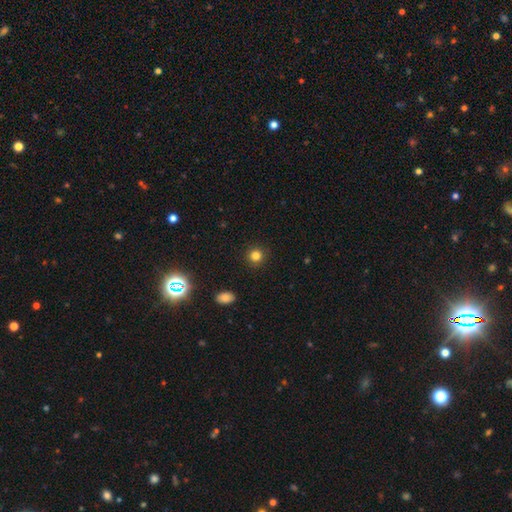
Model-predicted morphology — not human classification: This is clearly a smooth galaxy (81%). How rounded: clearly round (91%). Merging: clearly none (90%).